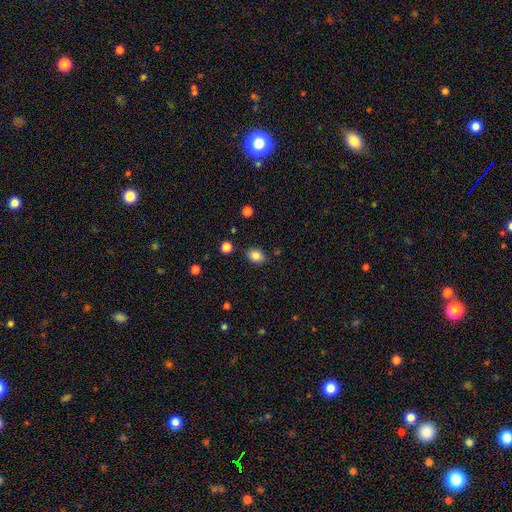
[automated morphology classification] type=smooth (84%); roundness=in between (64%); merging=none (84%).